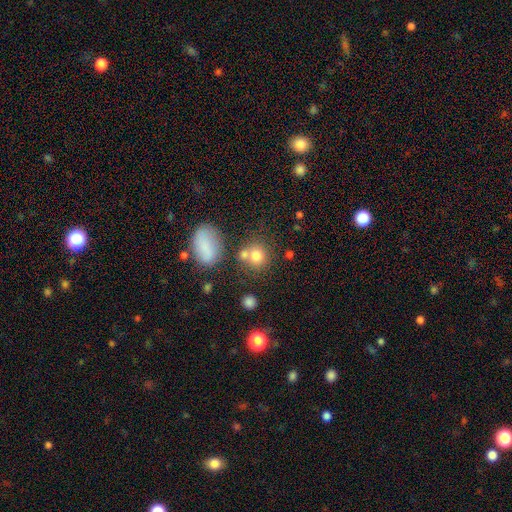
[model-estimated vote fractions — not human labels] Smooth or featured: smooth — 76% (star or artifact — 13%)
How rounded: round — 79% (in between — 20%)
Merging: none — 57% (merger — 27%)